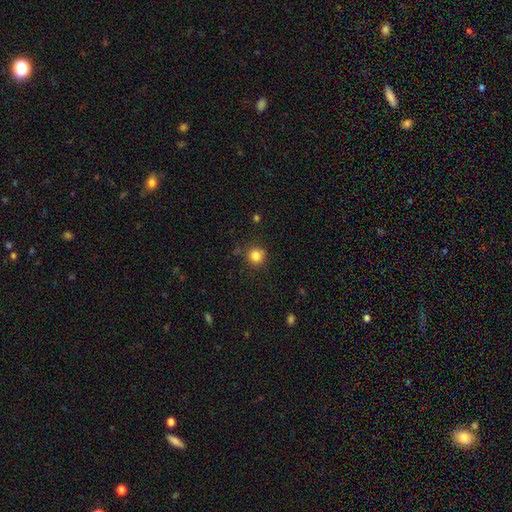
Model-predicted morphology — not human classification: Smooth or featured?
  - smooth: 83% *
  - star or artifact: 12%
  - featured or disk: 5%
How rounded?
  - round: 92% *
  - in between: 7%
  - cigar-shaped: 1%
Merging?
  - none: 83% *
  - minor disturbance: 11%
  - merger: 3%
  - major disturbance: 3%